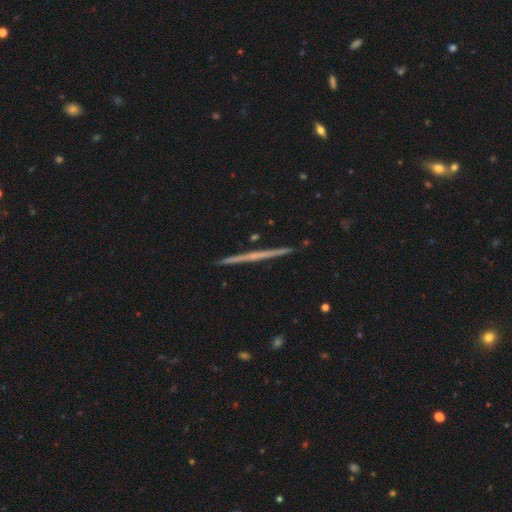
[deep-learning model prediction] A featured or disk galaxy (65%) viewed edge-on (98%) with no central bulge (79%).

Vote fractions:
- Smooth or featured? featured or disk: 65% / smooth: 28% / star or artifact: 7%
- Edge-on disk? yes: 98% / no: 2%
- Edge-on bulge? none: 79% / rounded: 17% / boxy: 4%
- Merging? none: 92% / minor disturbance: 6% / merger: 1% / major disturbance: 1%